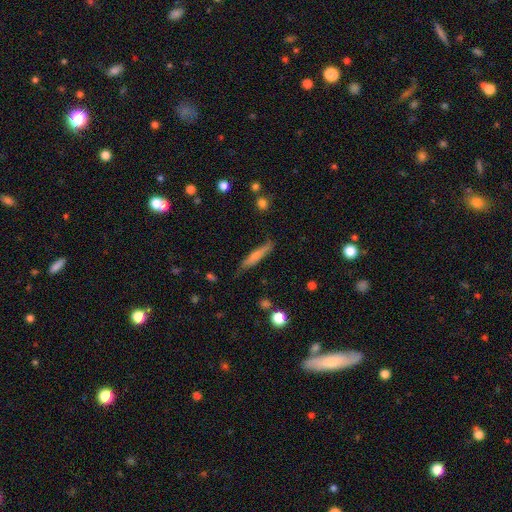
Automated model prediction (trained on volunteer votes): Smooth or featured: smooth — 66% (featured or disk — 27%)
How rounded: cigar-shaped — 88% (in between — 10%)
Merging: none — 73% (minor disturbance — 21%)